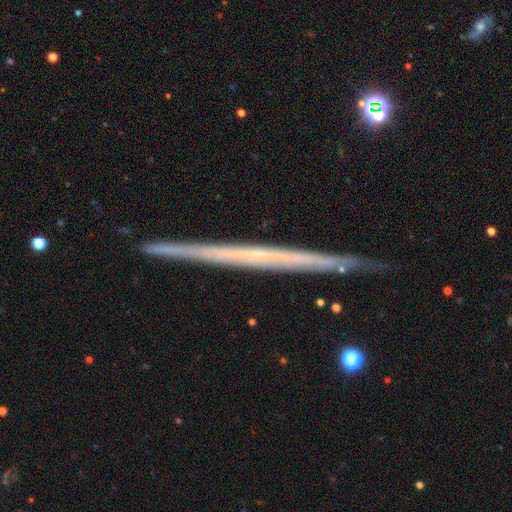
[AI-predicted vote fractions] A featured or disk galaxy (71%) viewed edge-on (98%) with no central bulge (90%). Merging: none (90%).